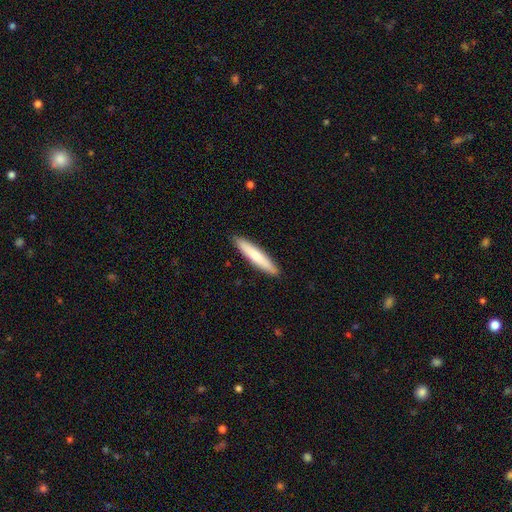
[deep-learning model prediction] This appears to be a smooth galaxy with no disk features (73%) that is cigar-shaped (91%). Merging: none (91%).